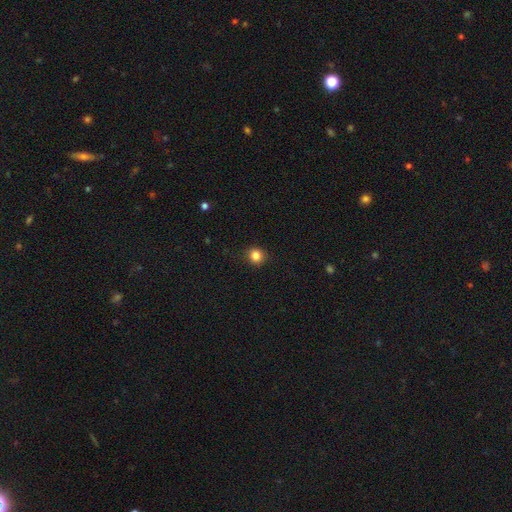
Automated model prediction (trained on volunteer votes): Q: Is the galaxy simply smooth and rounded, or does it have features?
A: smooth — 84%.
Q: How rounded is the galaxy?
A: round — 90%.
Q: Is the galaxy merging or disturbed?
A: none — 90%.